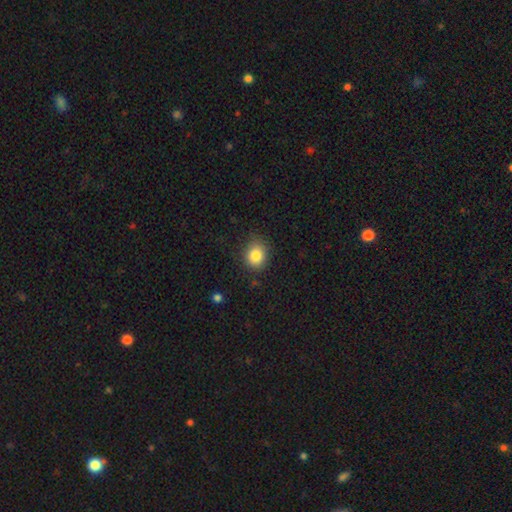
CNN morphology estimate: type=smooth (84%); roundness=round (70%); merging=none (80%).